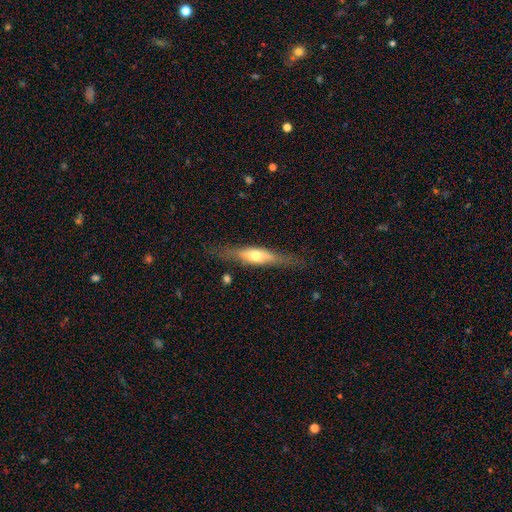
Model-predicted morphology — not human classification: type=featured or disk (56%); edge-on=yes (85%); merging=none (75%).